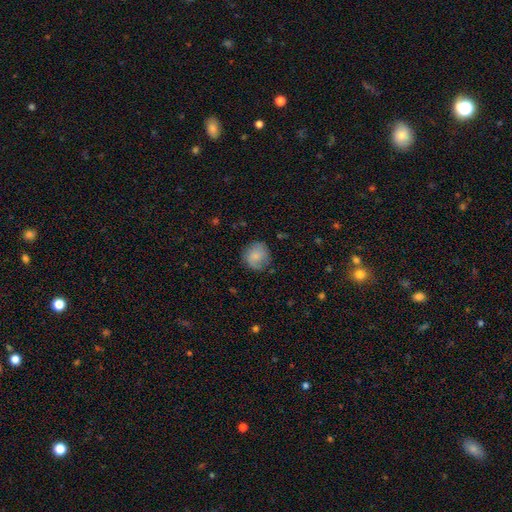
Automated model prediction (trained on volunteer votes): Smooth or featured?
  - smooth: 79% *
  - featured or disk: 14%
  - star or artifact: 7%
How rounded?
  - round: 87% *
  - in between: 12%
  - cigar-shaped: 1%
Merging?
  - none: 75% *
  - minor disturbance: 19%
  - major disturbance: 5%
  - merger: 1%